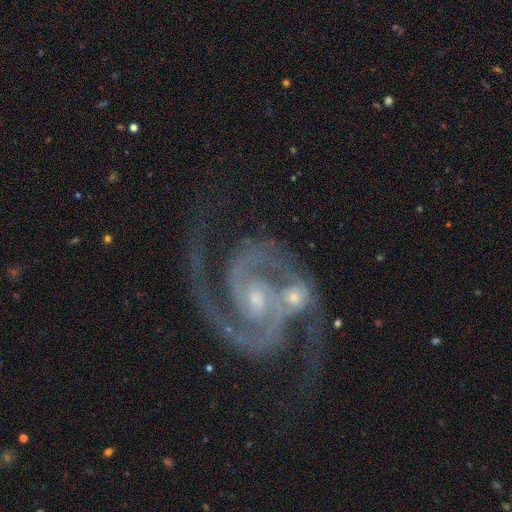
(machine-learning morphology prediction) Smooth or featured? featured or disk (93%)
Edge-on disk? no (98%)
Bar? no (51%)
Spiral arms? yes (99%)
Spiral winding? medium (49%)
Spiral arm count? 2 (90%)
Bulge size? small (65%)
Merging? none (46%)